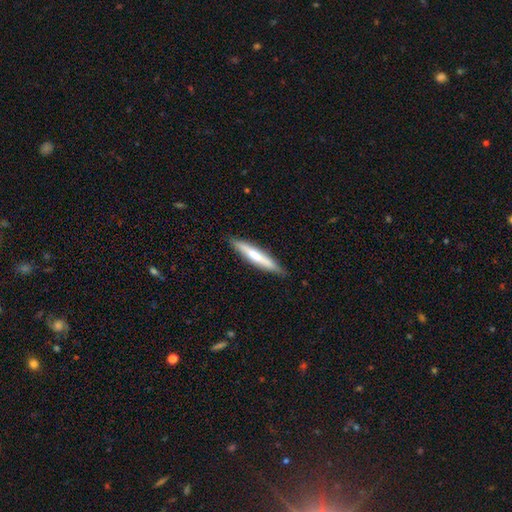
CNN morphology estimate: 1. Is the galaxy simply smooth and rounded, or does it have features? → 56% smooth, 39% featured or disk, 5% star or artifact.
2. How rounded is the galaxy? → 92% cigar-shaped, 6% in between, 1% round.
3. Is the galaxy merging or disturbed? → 88% none, 10% minor disturbance, 2% major disturbance, 1% merger.